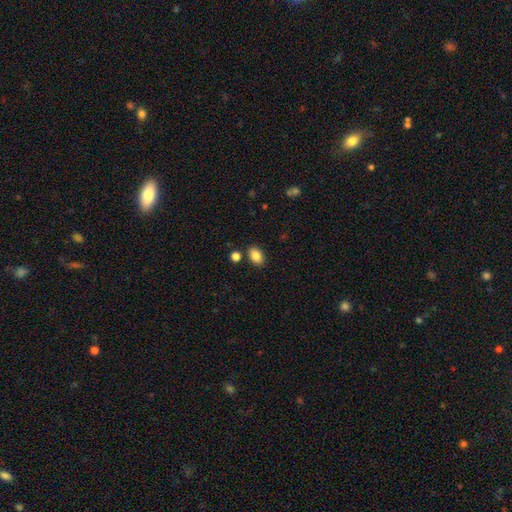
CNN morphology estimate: Smooth or featured: smooth — 86% (star or artifact — 9%)
How rounded: in between — 84% (round — 15%)
Merging: none — 84% (minor disturbance — 9%)